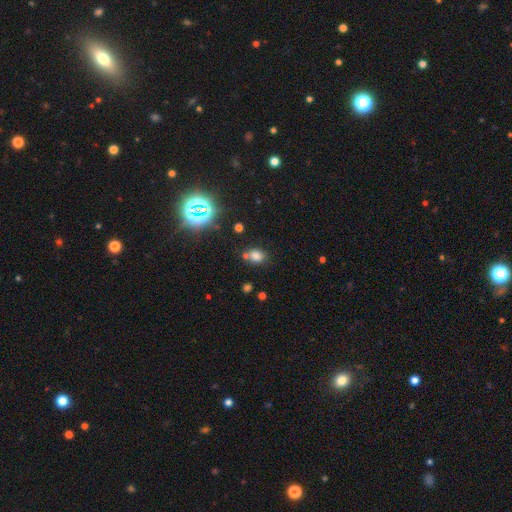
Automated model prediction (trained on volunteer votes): A smooth galaxy with no disk features (71%) that is in between round and cigar-shaped (55%). Merging: none (60%).